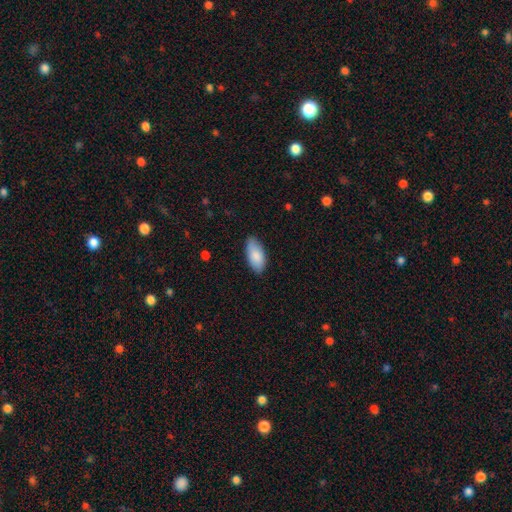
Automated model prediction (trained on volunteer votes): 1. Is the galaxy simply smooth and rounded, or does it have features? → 85% smooth, 9% featured or disk, 6% star or artifact.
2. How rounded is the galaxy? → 92% in between, 6% cigar-shaped, 2% round.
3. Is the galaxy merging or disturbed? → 81% none, 15% minor disturbance, 2% major disturbance, 1% merger.